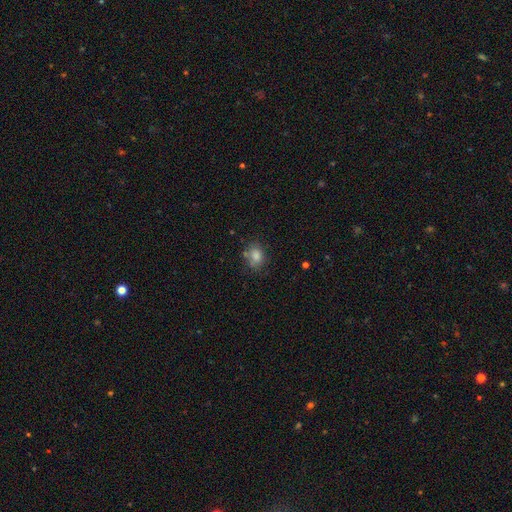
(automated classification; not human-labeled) This appears to be a smooth galaxy with no disk features (81%) that is in between round and cigar-shaped (58%). Merging: none (67%).